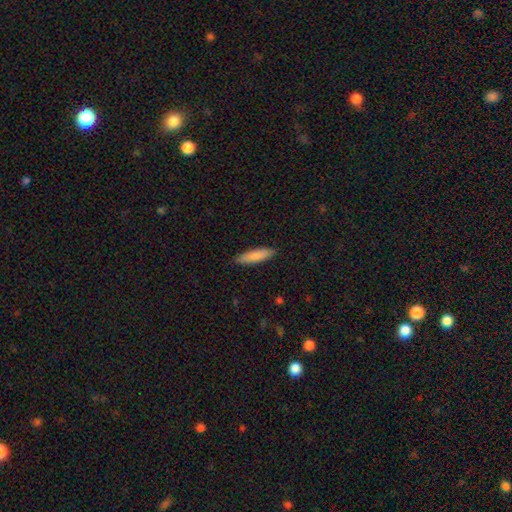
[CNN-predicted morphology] This appears to be a smooth galaxy with no disk features (84%) that is cigar-shaped (71%). Merging: none (88%).